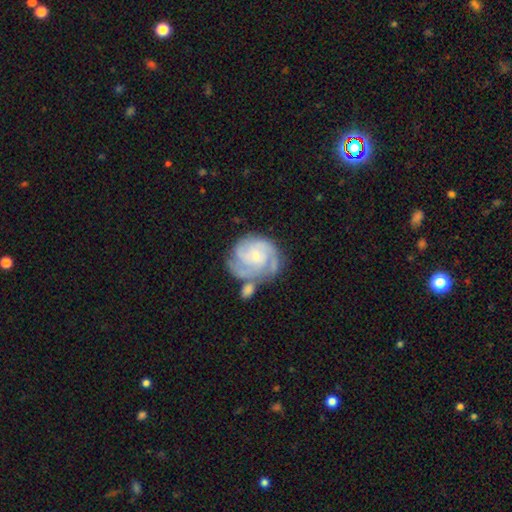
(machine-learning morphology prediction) featured or disk 84%, smooth 11%, star or artifact 5%. Down the decision tree: edge-on disk — no (98%); bar — no (70%); spiral arms — yes (96%); spiral arm count — 3 (41%); spiral winding — tight (63%); bulge size — small (70%); merging — none (54%).